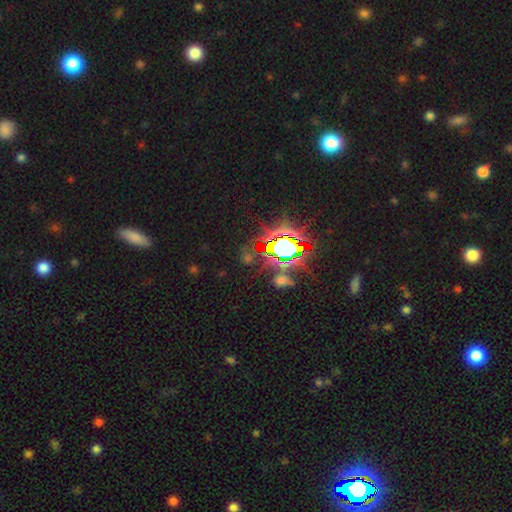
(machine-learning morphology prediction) Smooth or featured? Predicted: star or artifact (p=0.79).